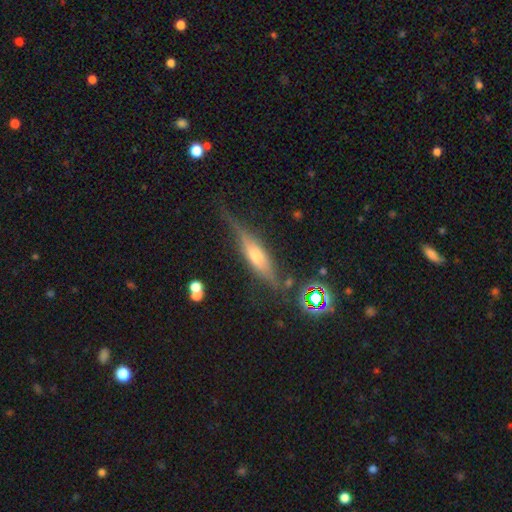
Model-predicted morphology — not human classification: Smooth or featured? Predicted: featured or disk (p=0.59). Edge-on disk? Predicted: yes (p=0.90). Edge-on bulge? Predicted: rounded (p=0.58). Merging? Predicted: none (p=0.65).